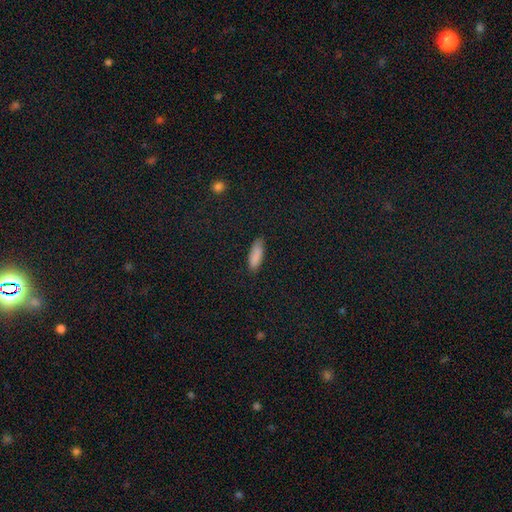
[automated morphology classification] A smooth galaxy with no disk features (88%) that is in between round and cigar-shaped (63%).

Vote fractions:
- Smooth or featured? smooth: 88% / star or artifact: 7% / featured or disk: 5%
- How rounded? in between: 63% / cigar-shaped: 35% / round: 2%
- Merging? none: 80% / minor disturbance: 15% / major disturbance: 3% / merger: 1%